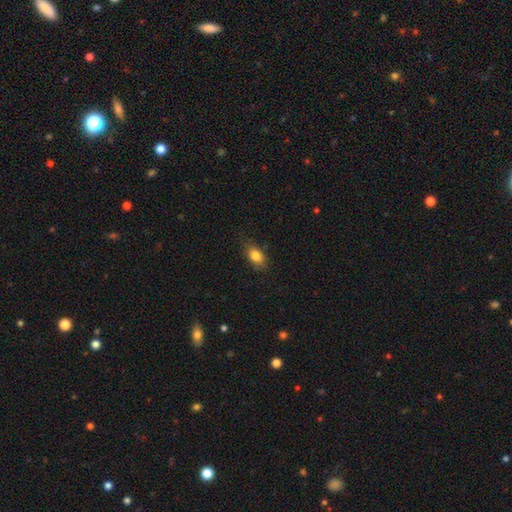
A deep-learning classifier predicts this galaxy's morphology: smooth-or-featured: smooth: 84% | star or artifact: 8% | featured or disk: 8%
  how-rounded: in between: 84% | round: 12% | cigar-shaped: 4%
  merging: none: 80% | minor disturbance: 16% | major disturbance: 3% | merger: 1%